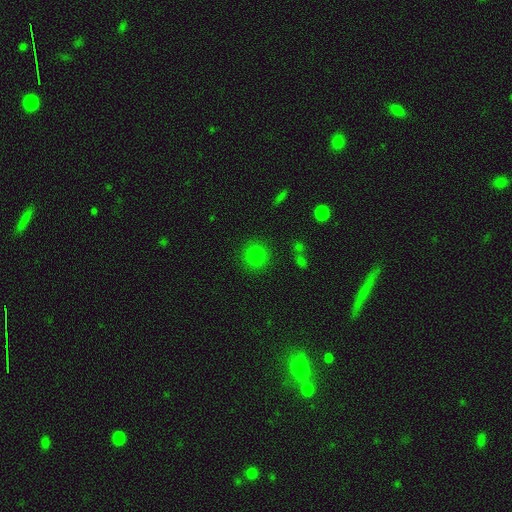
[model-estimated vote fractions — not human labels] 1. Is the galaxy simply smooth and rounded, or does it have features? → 80% smooth, 14% star or artifact, 6% featured or disk.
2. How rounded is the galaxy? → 92% round, 7% in between, 1% cigar-shaped.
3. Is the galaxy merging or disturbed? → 88% none, 7% minor disturbance, 3% major disturbance, 2% merger.